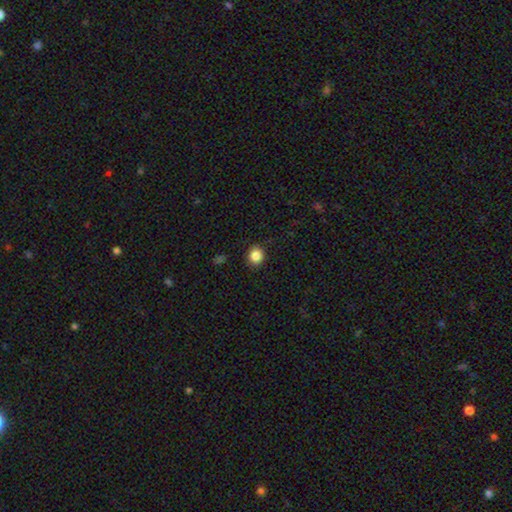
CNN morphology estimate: Q: Smooth or featured?
A: smooth (87%); runner-up: star or artifact (10%)
Q: How rounded?
A: round (78%); runner-up: in between (22%)
Q: Merging?
A: none (89%); runner-up: minor disturbance (8%)